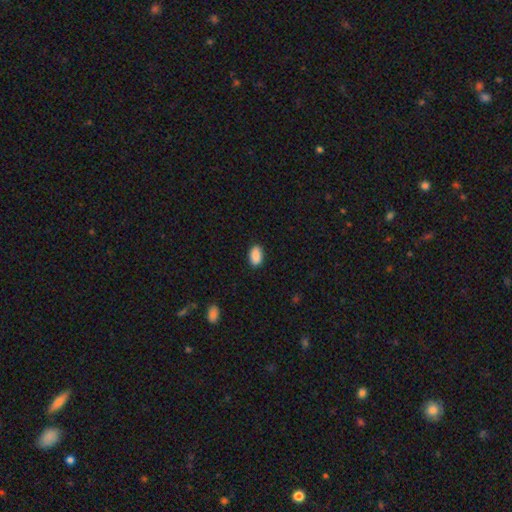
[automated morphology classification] A smooth galaxy with no disk features (90%) that is in between round and cigar-shaped (91%). Merging: none (88%).